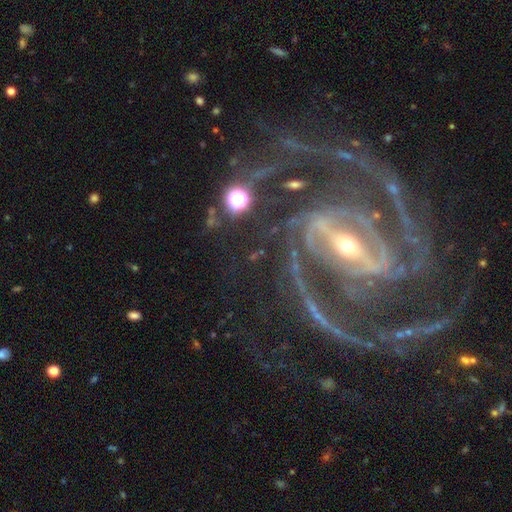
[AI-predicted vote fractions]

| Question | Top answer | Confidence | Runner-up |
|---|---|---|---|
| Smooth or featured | featured or disk | 93% | star or artifact (5%) |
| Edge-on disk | no | 98% | yes (2%) |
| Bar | strong | 68% | weak (24%) |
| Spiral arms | yes | 99% | no (1%) |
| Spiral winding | medium | 52% | tight (40%) |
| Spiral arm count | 2 | 52% | 3 (17%) |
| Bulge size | small | 67% | moderate (29%) |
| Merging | none | 69% | minor disturbance (15%) |